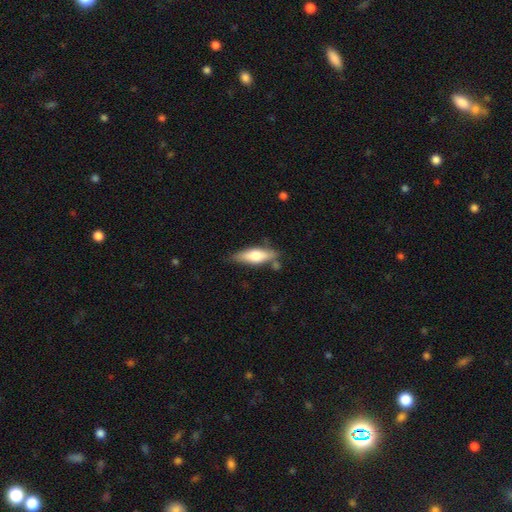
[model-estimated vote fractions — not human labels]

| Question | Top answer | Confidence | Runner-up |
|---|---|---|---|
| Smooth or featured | smooth | 57% | featured or disk (37%) |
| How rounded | in between | 49% | cigar-shaped (48%) |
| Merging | none | 74% | minor disturbance (16%) |